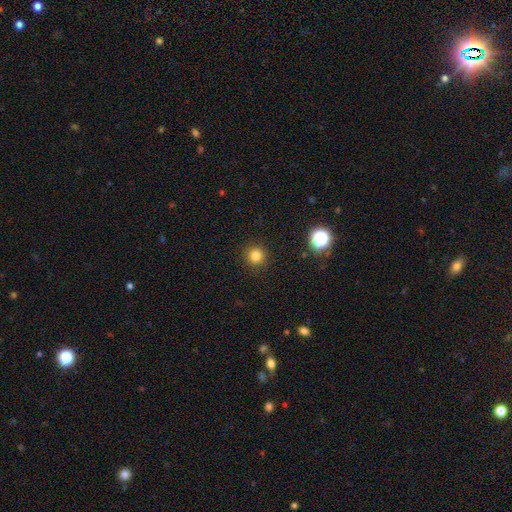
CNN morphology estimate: This is clearly a smooth galaxy (81%). How rounded: clearly round (95%). Merging: clearly none (92%).